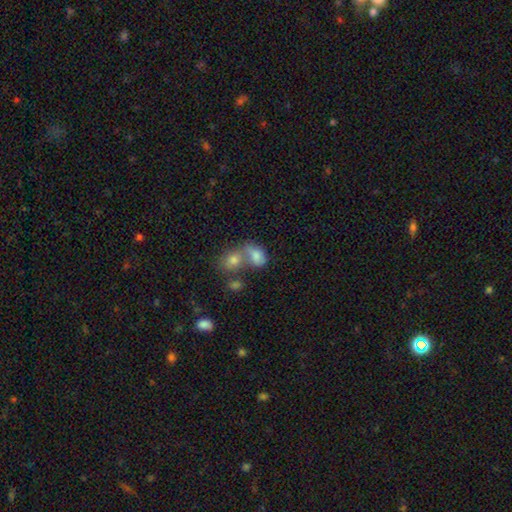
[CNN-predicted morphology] A smooth galaxy with no disk features (73%) that is in between round and cigar-shaped (72%).

Vote fractions:
- Smooth or featured? smooth: 73% / featured or disk: 15% / star or artifact: 12%
- How rounded? in between: 72% / round: 26% / cigar-shaped: 2%
- Merging? merger: 56% / none: 26% / minor disturbance: 11% / major disturbance: 7%